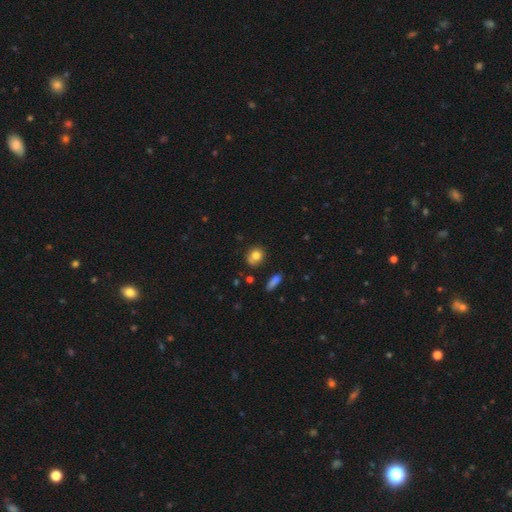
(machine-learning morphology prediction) This is likely a smooth galaxy (78%). How rounded: likely round (72%). Merging: likely none (64%).